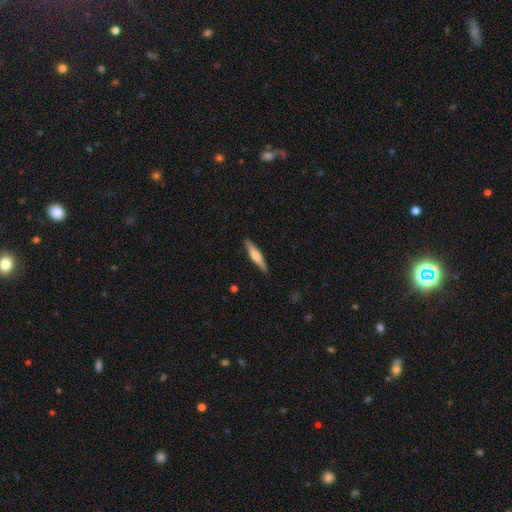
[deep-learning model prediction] A featured or disk galaxy (48%).

Vote fractions:
- Smooth or featured? featured or disk: 48% / smooth: 47% / star or artifact: 5%
- Merging? none: 90% / minor disturbance: 8% / major disturbance: 2% / merger: 1%